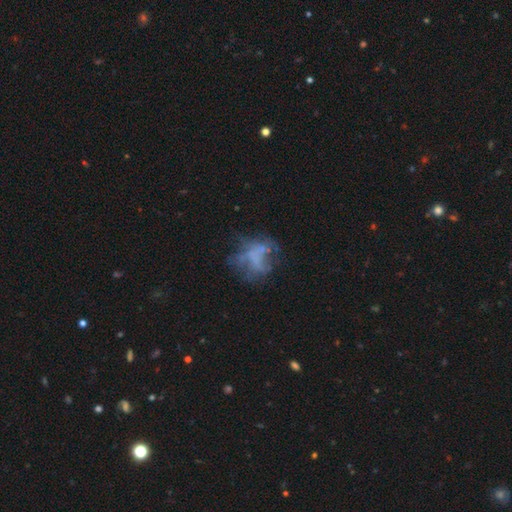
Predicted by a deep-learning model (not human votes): Morphology: type=featured or disk (51%); edge-on=no (97%); merging=none (43%).